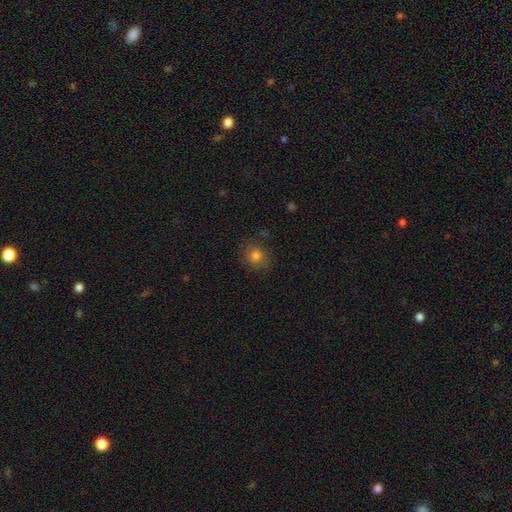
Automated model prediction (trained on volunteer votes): This appears to be a smooth galaxy with no disk features (81%) that is round (73%). Merging: none (81%).